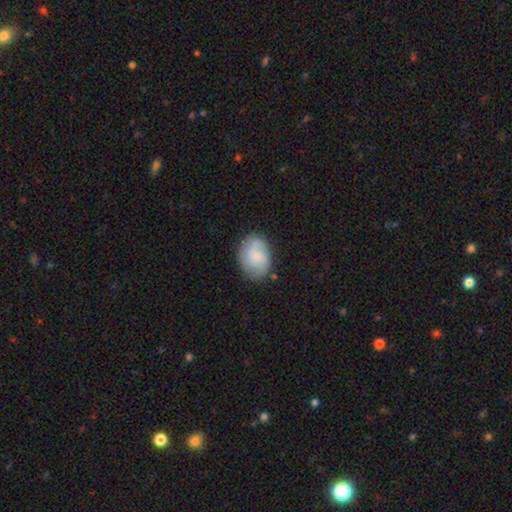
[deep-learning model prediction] Smooth or featured? smooth (58%)
How rounded? in between (69%)
Merging? none (72%)